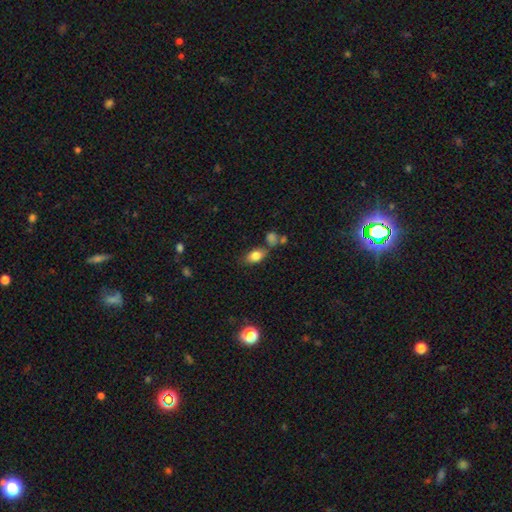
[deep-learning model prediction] This appears to be a smooth galaxy with no disk features (80%) that is in between round and cigar-shaped (84%). Merging: none (62%).